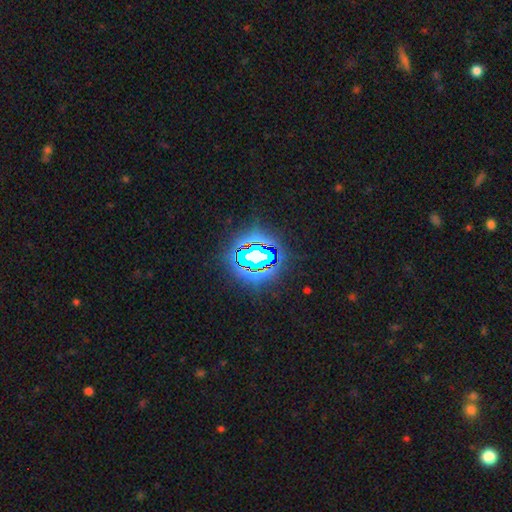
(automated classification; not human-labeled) Q: Smooth or featured?
A: star or artifact (78%); runner-up: smooth (11%)